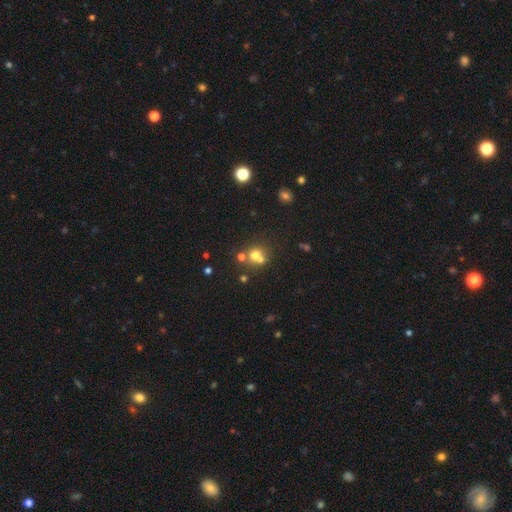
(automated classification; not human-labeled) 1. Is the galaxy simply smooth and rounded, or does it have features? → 62% smooth, 20% star or artifact, 19% featured or disk.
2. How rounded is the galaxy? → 80% round, 19% in between, 1% cigar-shaped.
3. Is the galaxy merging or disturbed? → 45% merger, 42% none, 8% minor disturbance, 4% major disturbance.